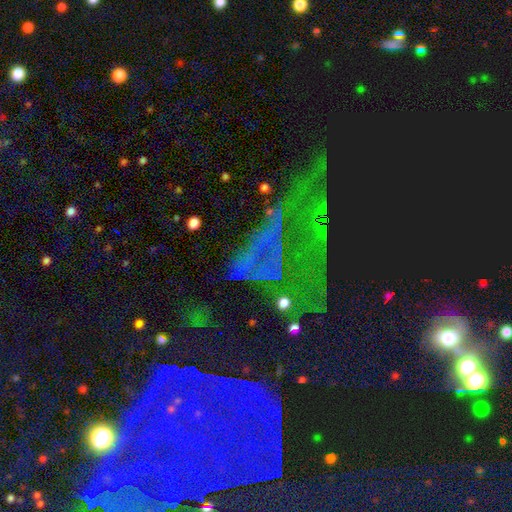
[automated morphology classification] The model was most divided on "smooth or featured": star or artifact: 64%, featured or disk: 20%, smooth: 16%.